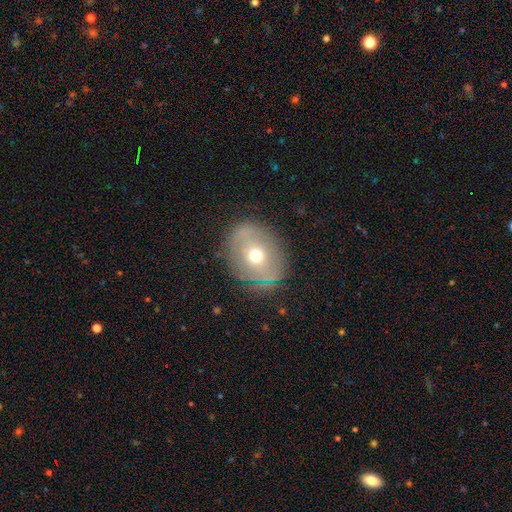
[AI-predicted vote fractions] Morphology: type=smooth (51%); roundness=in between (50%); merging=none (82%).